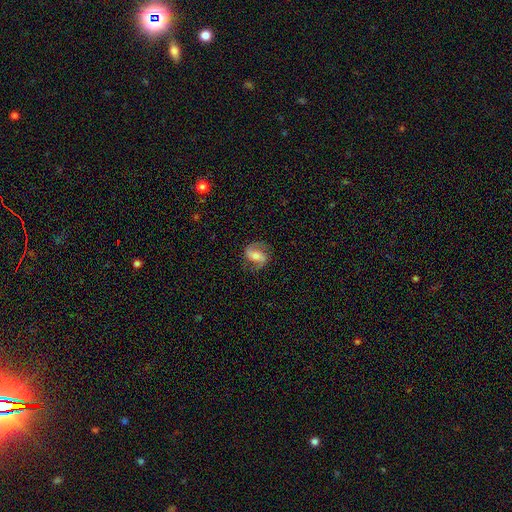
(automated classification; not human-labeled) Smooth or featured? featured or disk (74%)
Edge-on disk? no (96%)
Bar? weak (38%)
Spiral arms? yes (92%)
Spiral winding? medium (45%)
Spiral arm count? 2 (89%)
Bulge size? moderate (54%)
Merging? none (77%)